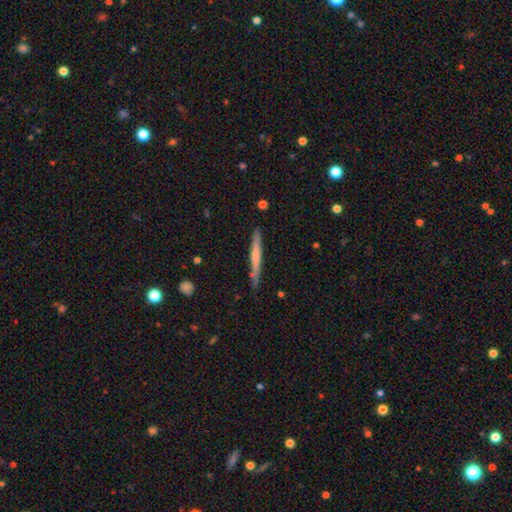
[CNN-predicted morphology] Overall: smooth (50%; featured or disk 44%). How rounded: cigar-shaped (96%). Merging: none (81%).